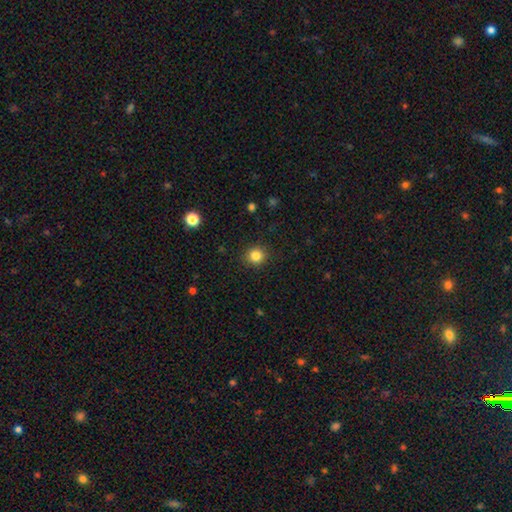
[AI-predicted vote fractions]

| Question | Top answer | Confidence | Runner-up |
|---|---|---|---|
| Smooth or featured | smooth | 84% | star or artifact (11%) |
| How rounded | round | 91% | in between (8%) |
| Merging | none | 91% | minor disturbance (6%) |